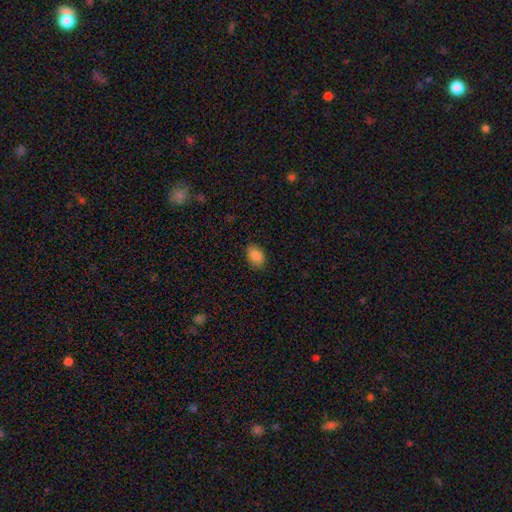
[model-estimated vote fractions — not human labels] Morphology: type=smooth (88%); roundness=in between (80%); merging=none (82%).